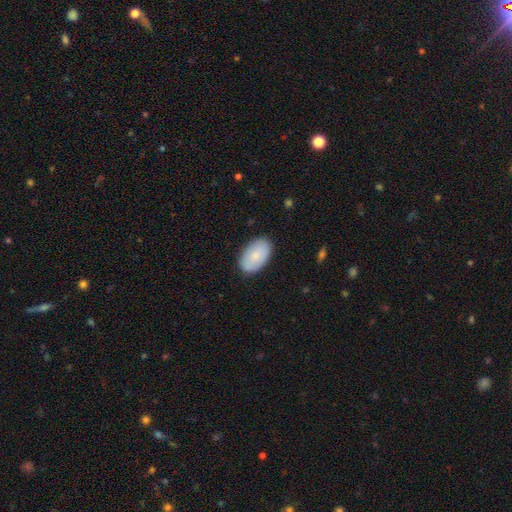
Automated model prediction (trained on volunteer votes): smooth 79%, featured or disk 15%, star or artifact 6%. Down the decision tree: how rounded — in between (94%); merging — none (86%).